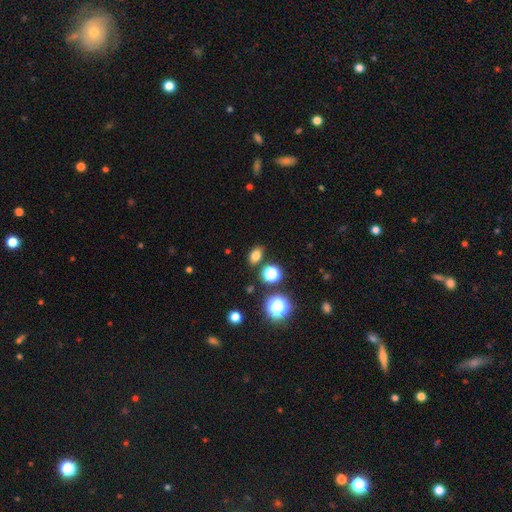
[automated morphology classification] Smooth or featured? smooth (75%)
How rounded? in between (75%)
Merging? none (83%)